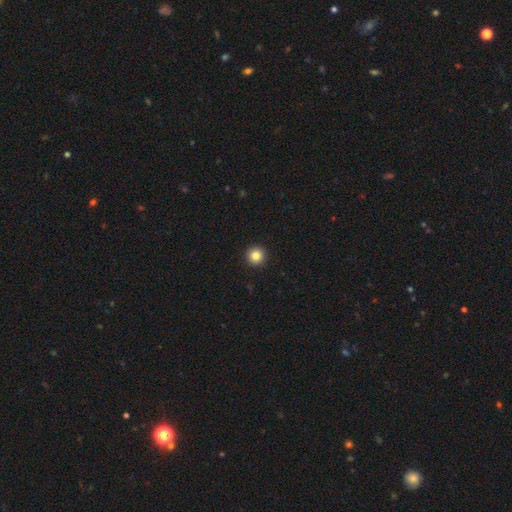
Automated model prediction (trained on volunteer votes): smooth 85%, star or artifact 10%, featured or disk 5%. Down the decision tree: how rounded — round (96%); merging — none (94%).